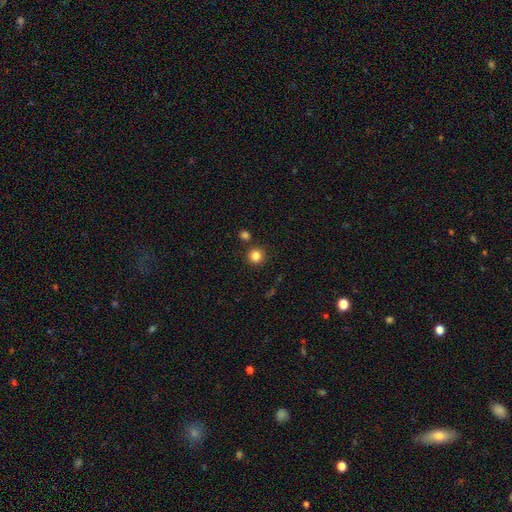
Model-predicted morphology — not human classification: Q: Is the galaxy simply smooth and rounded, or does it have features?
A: smooth — 84%.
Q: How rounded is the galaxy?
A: round — 93%.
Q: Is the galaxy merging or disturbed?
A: none — 86%.